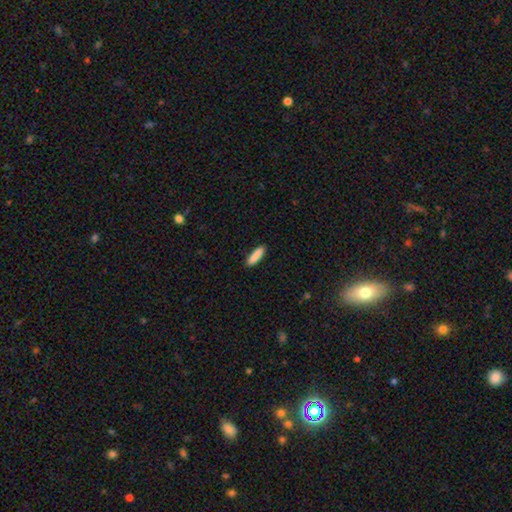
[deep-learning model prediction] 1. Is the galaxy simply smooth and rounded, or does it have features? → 89% smooth, 6% star or artifact, 5% featured or disk.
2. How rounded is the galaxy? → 71% cigar-shaped, 27% in between, 1% round.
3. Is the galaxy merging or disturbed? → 89% none, 8% minor disturbance, 2% major disturbance, 1% merger.